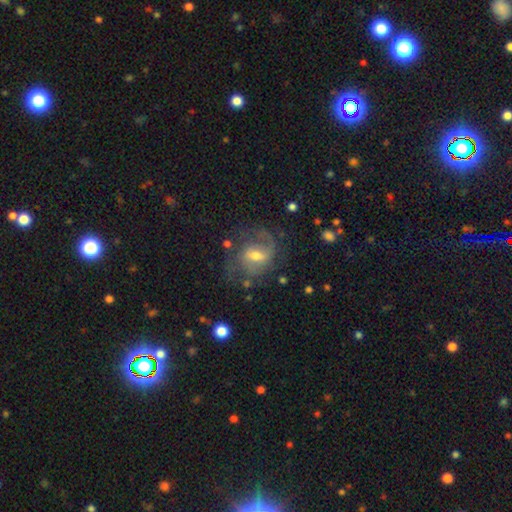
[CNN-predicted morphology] Smooth or featured?
  - featured or disk: 71% *
  - smooth: 20%
  - star or artifact: 9%
Edge-on disk?
  - no: 96% *
  - yes: 4%
Bar?
  - weak: 57% *
  - no: 22%
  - strong: 21%
Spiral arms?
  - yes: 85% *
  - no: 15%
Spiral winding?
  - medium: 47% *
  - loose: 32%
  - tight: 21%
Spiral arm count?
  - 2: 53% *
  - 1: 19%
  - can't tell: 18%
  - 3: 6%
  - 4: 2%
  - more than 4: 2%
Bulge size?
  - moderate: 62% *
  - small: 28%
  - large: 6%
  - none: 2%
  - dominant: 1%
Merging?
  - none: 54% *
  - minor disturbance: 21%
  - major disturbance: 21%
  - merger: 3%